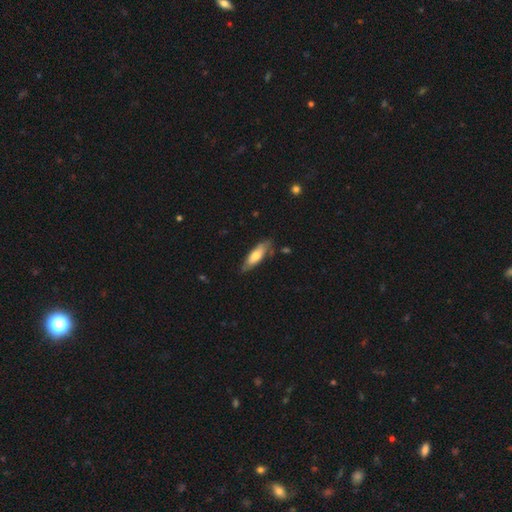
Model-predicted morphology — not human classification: A smooth galaxy with no disk features (66%) that is cigar-shaped (50%).

Vote fractions:
- Smooth or featured? smooth: 66% / featured or disk: 29% / star or artifact: 6%
- How rounded? cigar-shaped: 50% / in between: 48% / round: 2%
- Merging? none: 73% / minor disturbance: 21% / major disturbance: 4% / merger: 3%